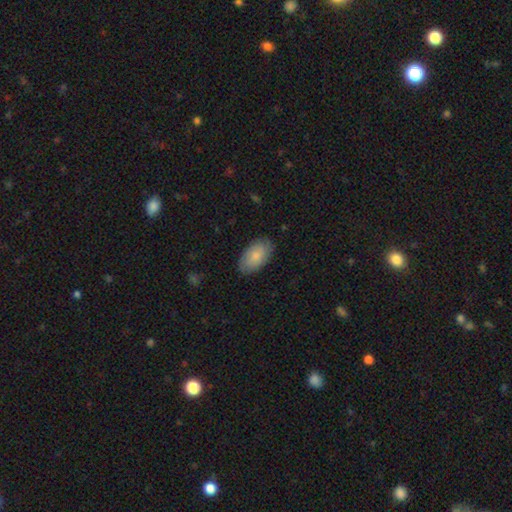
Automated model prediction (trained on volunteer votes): Overall: smooth (81%). How rounded: in between (95%). Merging: none (83%).